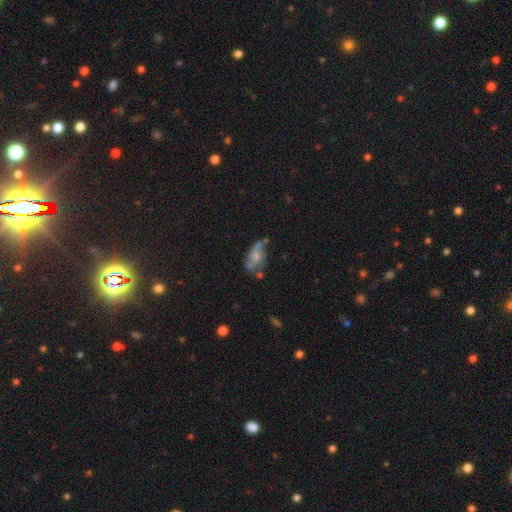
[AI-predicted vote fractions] smooth_or_featured: featured or disk (p=0.56) [alt: smooth p=0.35]
disk_edge_on: no (p=0.89) [alt: yes p=0.11]
bar: no (p=0.69) [alt: weak p=0.25]
has_spiral_arms: yes (p=0.71) [alt: no p=0.29]
bulge_size: small (p=0.41) [alt: moderate p=0.40]
merging: none (p=0.41) [alt: minor disturbance p=0.29]